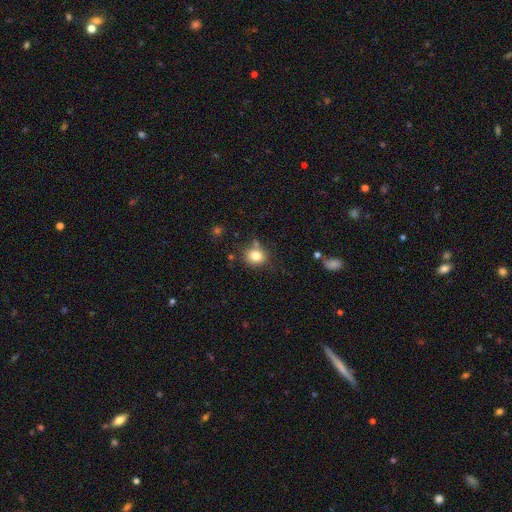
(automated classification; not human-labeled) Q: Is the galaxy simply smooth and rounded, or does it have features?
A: smooth — 81%.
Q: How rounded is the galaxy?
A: round — 77%.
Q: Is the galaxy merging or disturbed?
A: none — 73%.